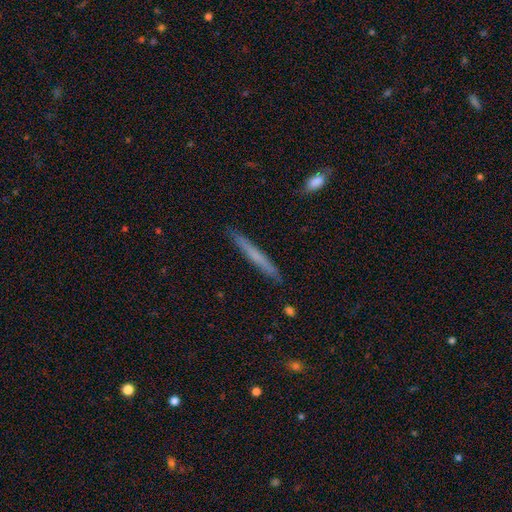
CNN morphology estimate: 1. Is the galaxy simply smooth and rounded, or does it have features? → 60% smooth, 34% featured or disk, 6% star or artifact.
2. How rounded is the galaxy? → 97% cigar-shaped, 2% in between, 1% round.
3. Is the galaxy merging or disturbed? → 90% none, 7% minor disturbance, 1% major disturbance, 1% merger.